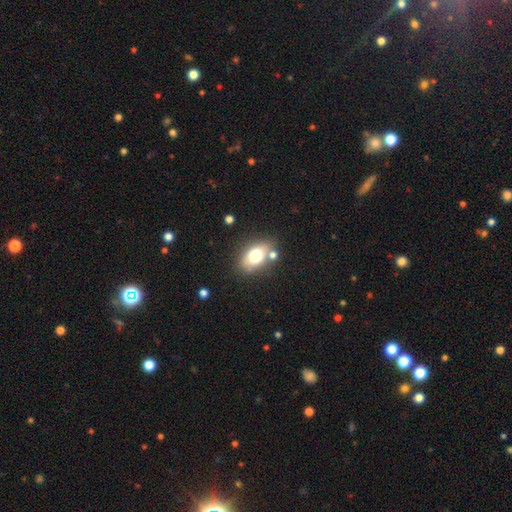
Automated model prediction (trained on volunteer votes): smooth_or_featured: smooth (p=0.72) [alt: featured or disk p=0.19]
how_rounded: in between (p=0.85) [alt: round p=0.13]
merging: none (p=0.69) [alt: minor disturbance p=0.16]